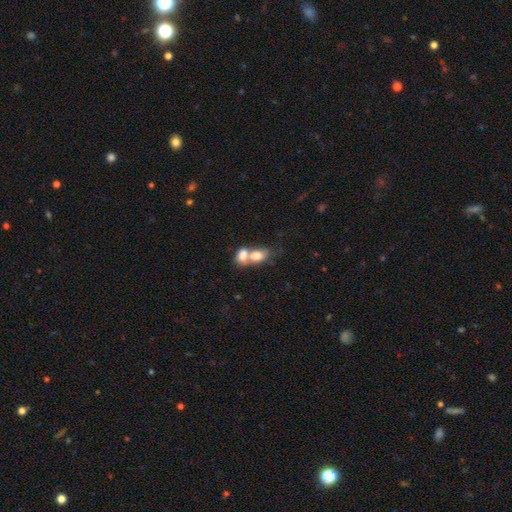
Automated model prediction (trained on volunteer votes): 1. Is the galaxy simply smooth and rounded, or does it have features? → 74% smooth, 17% featured or disk, 9% star or artifact.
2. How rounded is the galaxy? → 71% in between, 27% round, 2% cigar-shaped.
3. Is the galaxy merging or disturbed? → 74% merger, 16% none, 6% minor disturbance, 4% major disturbance.